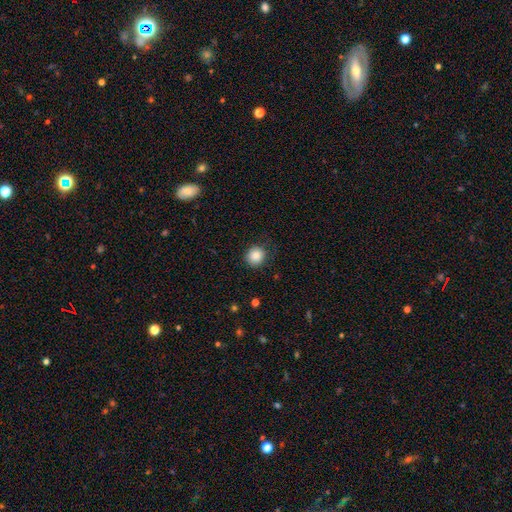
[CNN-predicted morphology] smooth_or_featured: smooth (p=0.86) [alt: star or artifact p=0.09]
how_rounded: round (p=0.89) [alt: in between p=0.10]
merging: none (p=0.82) [alt: minor disturbance p=0.13]